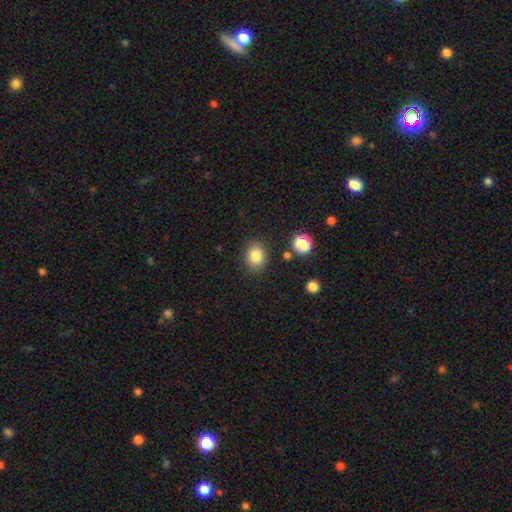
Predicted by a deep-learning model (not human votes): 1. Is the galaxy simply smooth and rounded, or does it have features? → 83% smooth, 11% star or artifact, 6% featured or disk.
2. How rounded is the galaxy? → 56% round, 43% in between, 1% cigar-shaped.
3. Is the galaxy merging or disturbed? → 85% none, 10% minor disturbance, 3% merger, 3% major disturbance.